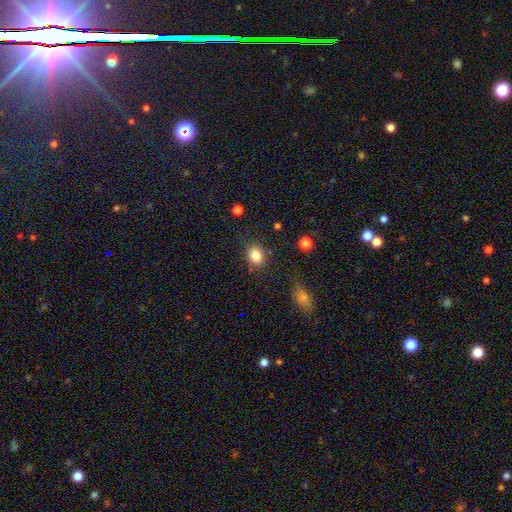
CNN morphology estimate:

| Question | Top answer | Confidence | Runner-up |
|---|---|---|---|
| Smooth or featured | smooth | 83% | star or artifact (11%) |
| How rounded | round | 62% | in between (37%) |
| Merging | none | 80% | minor disturbance (13%) |